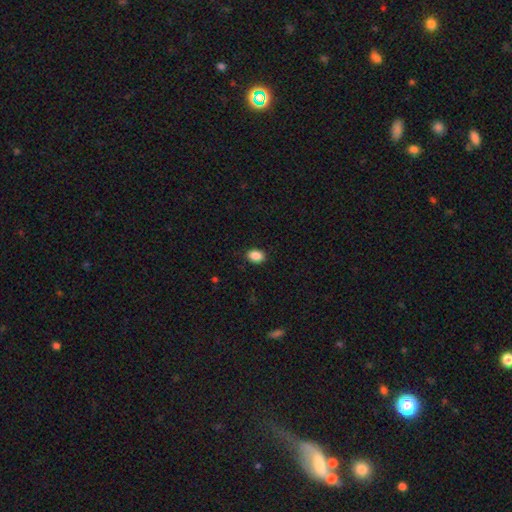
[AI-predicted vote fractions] Smooth or featured? Predicted: smooth (p=0.89). How rounded? Predicted: in between (p=0.79). Merging? Predicted: none (p=0.88).